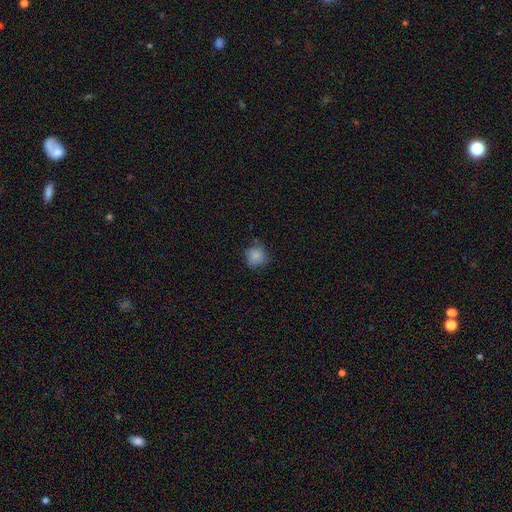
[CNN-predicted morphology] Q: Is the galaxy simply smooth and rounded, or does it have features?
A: smooth — 84%.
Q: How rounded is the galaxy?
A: round — 87%.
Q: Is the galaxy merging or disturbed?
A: none — 72%.